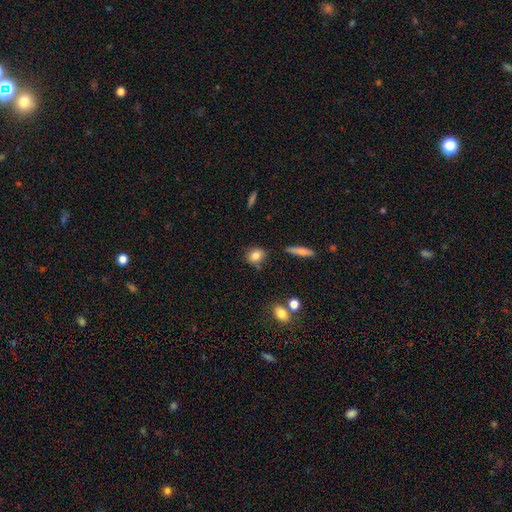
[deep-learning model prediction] This is clearly a smooth galaxy (82%). How rounded: possibly round (51%). Merging: likely none (75%).